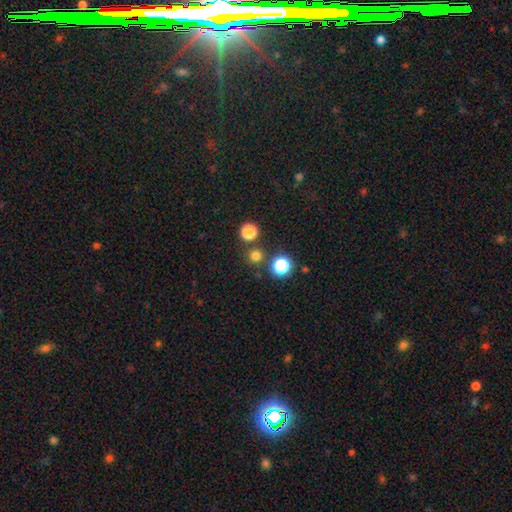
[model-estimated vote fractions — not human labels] Smooth or featured? Predicted: smooth (p=0.74). How rounded? Predicted: round (p=0.94). Merging? Predicted: none (p=0.83).